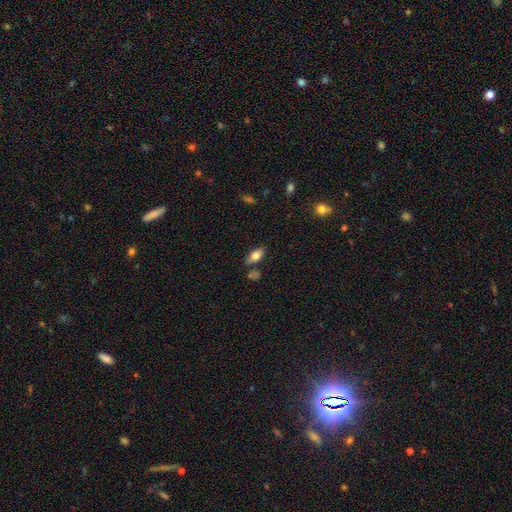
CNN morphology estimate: A smooth galaxy with no disk features (75%) that is in between round and cigar-shaped (86%). Merging: none (73%).